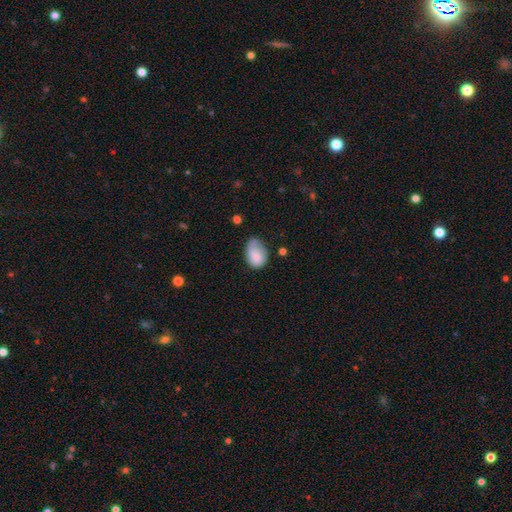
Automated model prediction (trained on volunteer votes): Smooth or featured?
  - smooth: 79% *
  - featured or disk: 13%
  - star or artifact: 8%
How rounded?
  - in between: 78% *
  - round: 21%
  - cigar-shaped: 1%
Merging?
  - minor disturbance: 41% *
  - none: 37%
  - major disturbance: 15%
  - merger: 7%